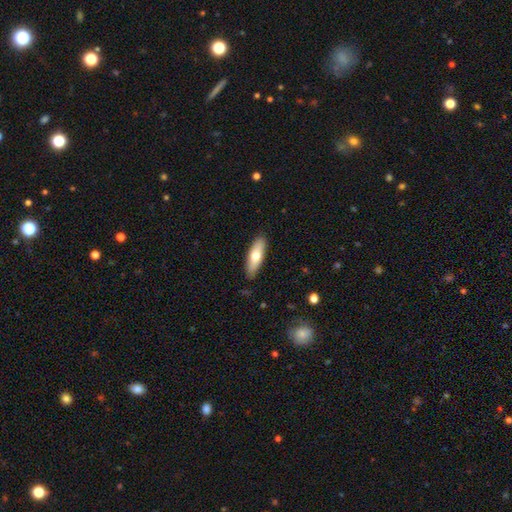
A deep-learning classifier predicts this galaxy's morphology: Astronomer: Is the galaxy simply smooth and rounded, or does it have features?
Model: smooth — 66%.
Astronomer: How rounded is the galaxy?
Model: in between — 50% (runner-up: cigar-shaped, 47%).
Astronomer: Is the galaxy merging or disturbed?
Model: none — 88%.